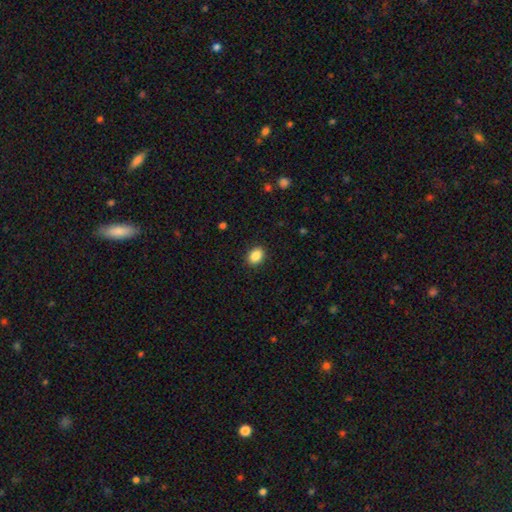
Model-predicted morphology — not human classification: This appears to be a smooth galaxy with no disk features (87%) that is in between round and cigar-shaped (64%). Merging: none (90%).